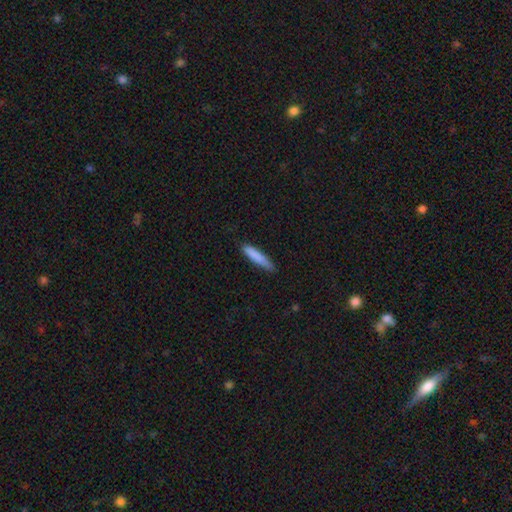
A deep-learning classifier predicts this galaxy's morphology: This is clearly a smooth galaxy (83%). How rounded: clearly cigar-shaped (89%). Merging: likely none (78%).